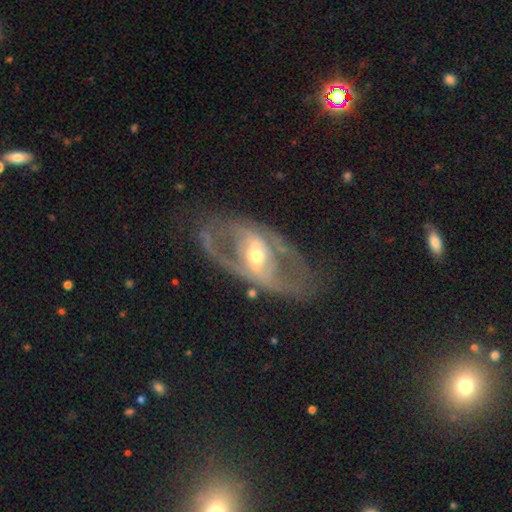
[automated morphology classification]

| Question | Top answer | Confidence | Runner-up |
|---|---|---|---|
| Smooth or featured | featured or disk | 84% | smooth (11%) |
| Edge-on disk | no | 92% | yes (8%) |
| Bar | strong | 37% | weak (36%) |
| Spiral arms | yes | 69% | no (31%) |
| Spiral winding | medium | 46% | tight (30%) |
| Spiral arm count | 2 | 75% | can't tell (15%) |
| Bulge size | moderate | 55% | small (38%) |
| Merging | none | 66% | minor disturbance (17%) |